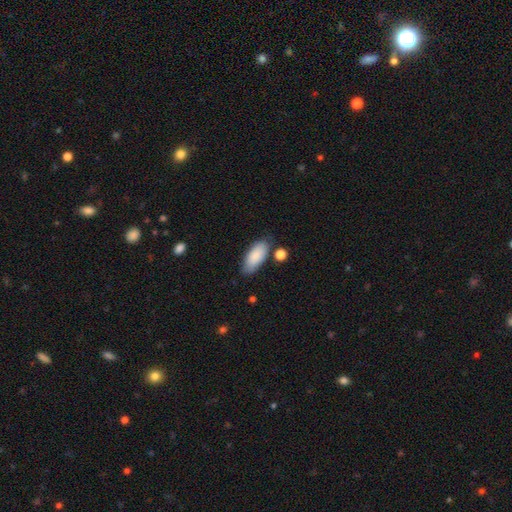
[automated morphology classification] Smooth or featured? Predicted: smooth (p=0.87). How rounded? Predicted: in between (p=0.87). Merging? Predicted: none (p=0.75).